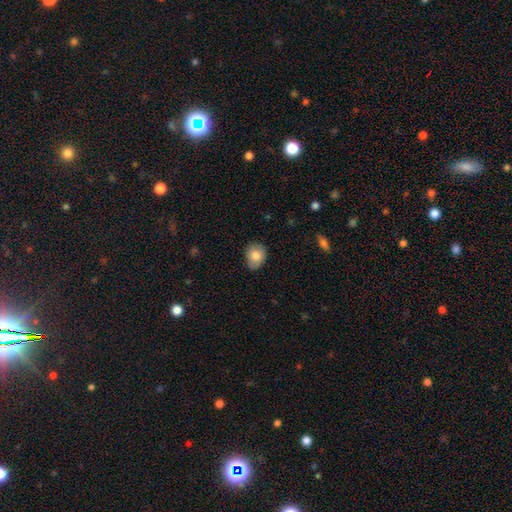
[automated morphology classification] Smooth or featured? Predicted: smooth (p=0.82). How rounded? Predicted: round (p=0.54). Merging? Predicted: none (p=0.72).